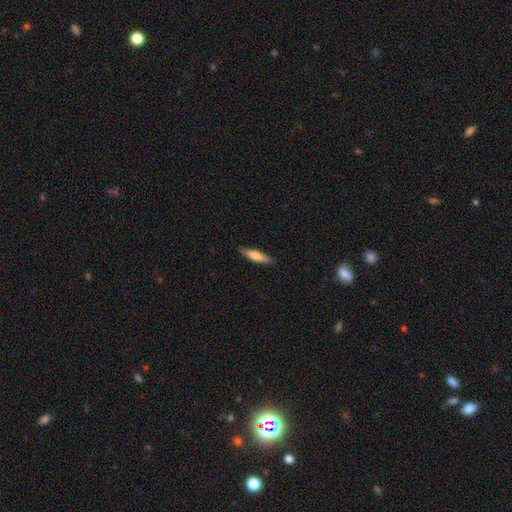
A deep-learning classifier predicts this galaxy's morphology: The model was most divided on "how rounded": cigar-shaped: 75%, in between: 23%, round: 1%. More confident: merging — none (84%); smooth or featured — smooth (75%).